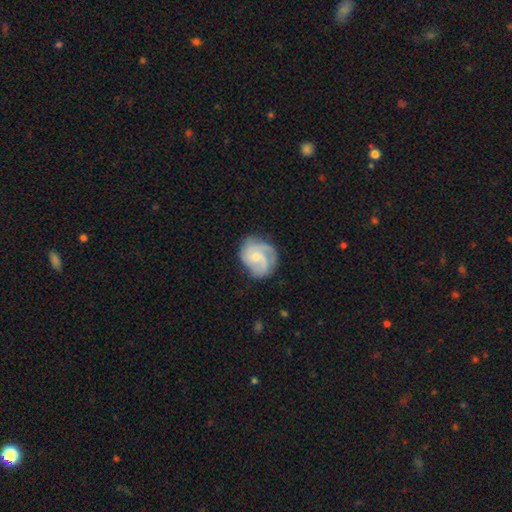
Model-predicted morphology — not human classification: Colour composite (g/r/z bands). It shows a featured or disk galaxy (72%) with no bar (66%), 3 (38%) medium (43%, tied with tight) spiral arms (93%) and a small central bulge (55%). Merging: none (64%).